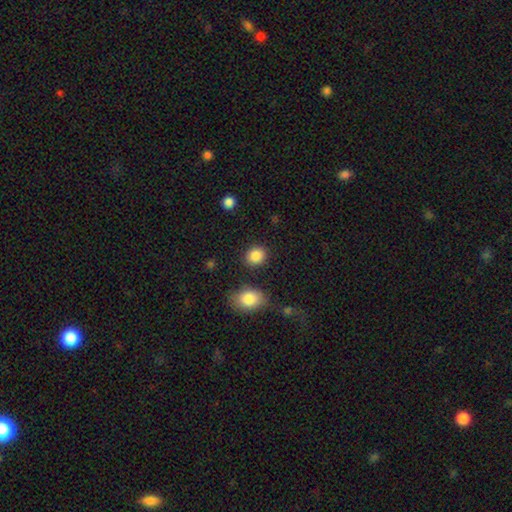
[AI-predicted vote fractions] smooth 88%, star or artifact 8%, featured or disk 4%. Down the decision tree: how rounded — round (66%); merging — none (86%).